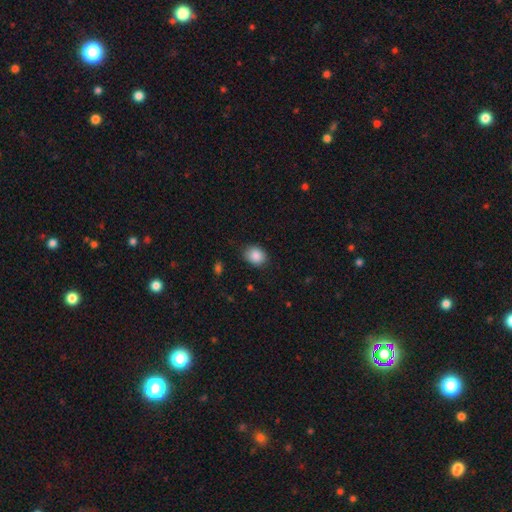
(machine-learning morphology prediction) smooth_or_featured: smooth (p=0.88) [alt: star or artifact p=0.08]
how_rounded: in between (p=0.54) [alt: round p=0.46]
merging: none (p=0.83) [alt: minor disturbance p=0.13]